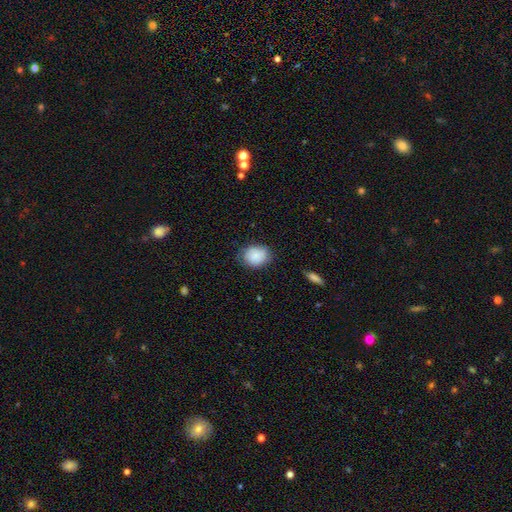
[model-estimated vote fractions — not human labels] A smooth galaxy with no disk features (85%) that is round (55%).

Vote fractions:
- Smooth or featured? smooth: 85% / featured or disk: 8% / star or artifact: 7%
- How rounded? round: 55% / in between: 44% / cigar-shaped: 1%
- Merging? none: 78% / minor disturbance: 17% / major disturbance: 4% / merger: 1%